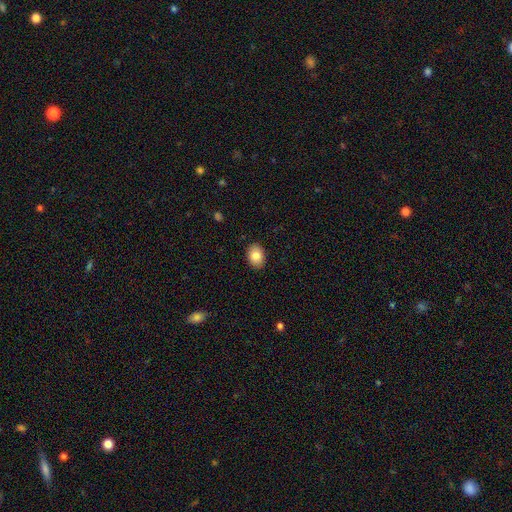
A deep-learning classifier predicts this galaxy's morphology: The model was most divided on "how rounded": in between: 78%, round: 21%, cigar-shaped: 1%. More confident: merging — none (89%); smooth or featured — smooth (85%).